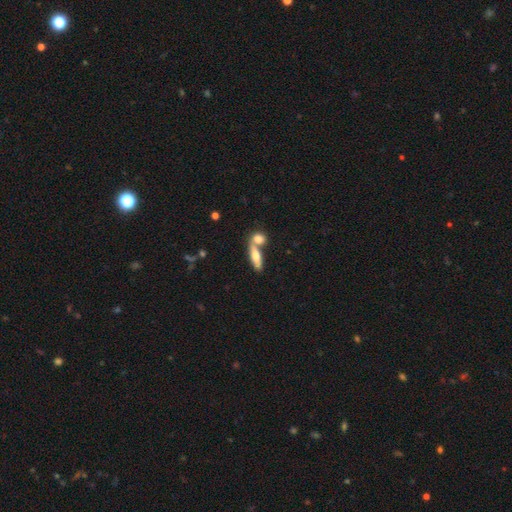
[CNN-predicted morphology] smooth-or-featured: smooth: 61% | featured or disk: 32% | star or artifact: 7%
  how-rounded: cigar-shaped: 51% | in between: 44% | round: 5%
  merging: none: 47% | merger: 41% | minor disturbance: 9% | major disturbance: 4%